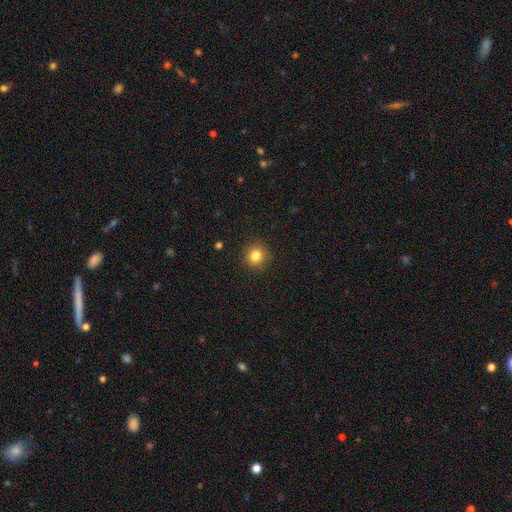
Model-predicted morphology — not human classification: Q: Smooth or featured?
A: smooth (83%); runner-up: star or artifact (11%)
Q: How rounded?
A: round (92%); runner-up: in between (7%)
Q: Merging?
A: none (91%); runner-up: minor disturbance (6%)